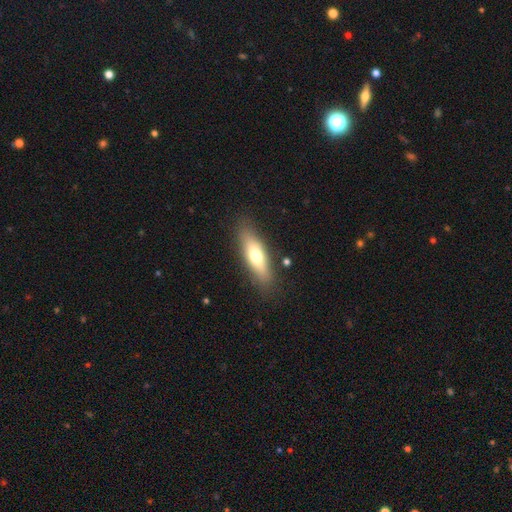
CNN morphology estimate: Overall: smooth (64%; featured or disk 30%). How rounded: cigar-shaped (50%; in between 47%). Merging: none (83%).